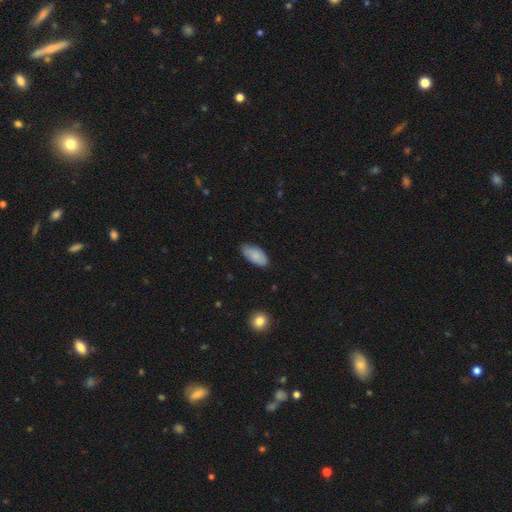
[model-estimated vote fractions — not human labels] A smooth galaxy with no disk features (80%) that is in between round and cigar-shaped (93%).

Vote fractions:
- Smooth or featured? smooth: 80% / featured or disk: 14% / star or artifact: 6%
- How rounded? in between: 93% / cigar-shaped: 5% / round: 2%
- Merging? none: 74% / minor disturbance: 22% / major disturbance: 3% / merger: 1%